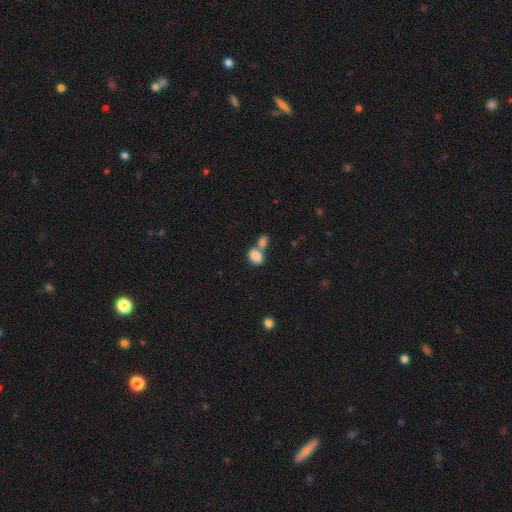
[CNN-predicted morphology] The model was most divided on "merging": merger: 57%, none: 31%, minor disturbance: 8%, major disturbance: 4%. More confident: smooth or featured — smooth (85%); how rounded — in between (64%).